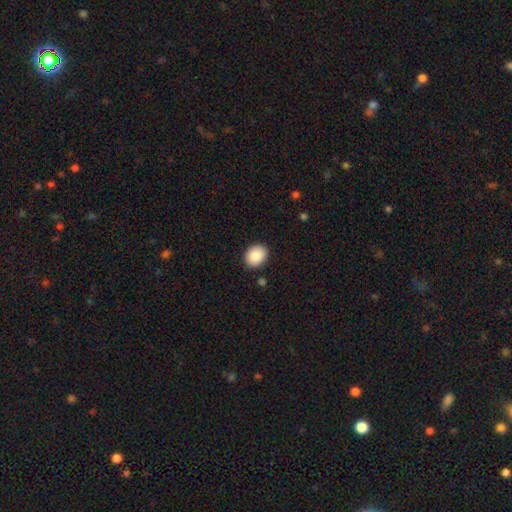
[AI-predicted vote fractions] Smooth or featured? Predicted: smooth (p=0.89). How rounded? Predicted: in between (p=0.52). Merging? Predicted: none (p=0.88).